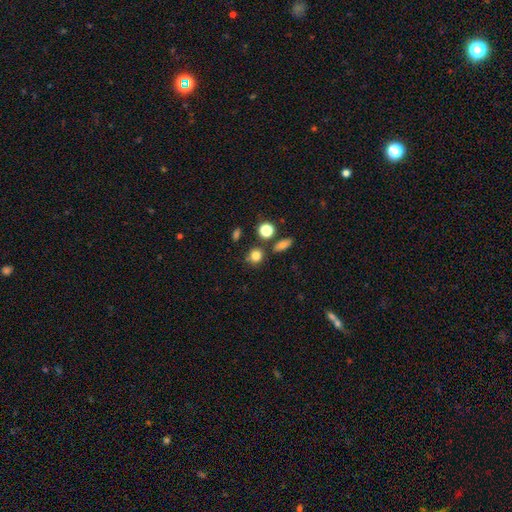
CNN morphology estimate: smooth_or_featured: smooth (p=0.80) [alt: star or artifact p=0.13]
how_rounded: round (p=0.82) [alt: in between p=0.17]
merging: none (p=0.76) [alt: minor disturbance p=0.11]